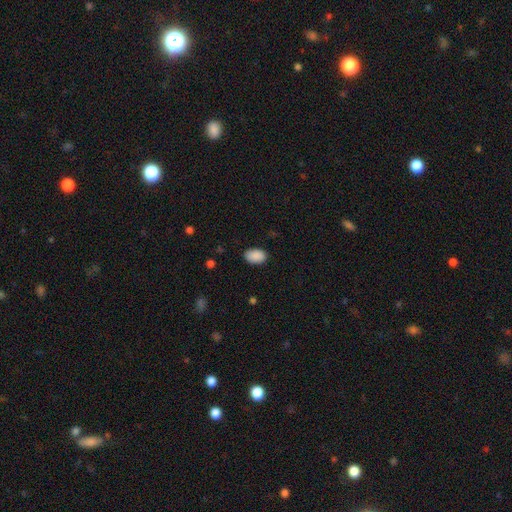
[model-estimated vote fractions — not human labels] The model was most divided on "merging": none: 86%, minor disturbance: 11%, major disturbance: 2%, merger: 1%. More confident: smooth or featured — smooth (90%); how rounded — in between (90%).